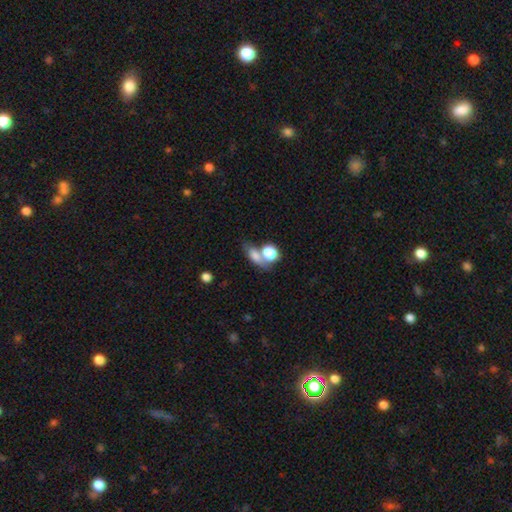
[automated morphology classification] smooth-or-featured: smooth: 74% | featured or disk: 14% | star or artifact: 12%
  how-rounded: in between: 59% | round: 30% | cigar-shaped: 12%
  merging: merger: 42% | none: 39% | minor disturbance: 12% | major disturbance: 8%